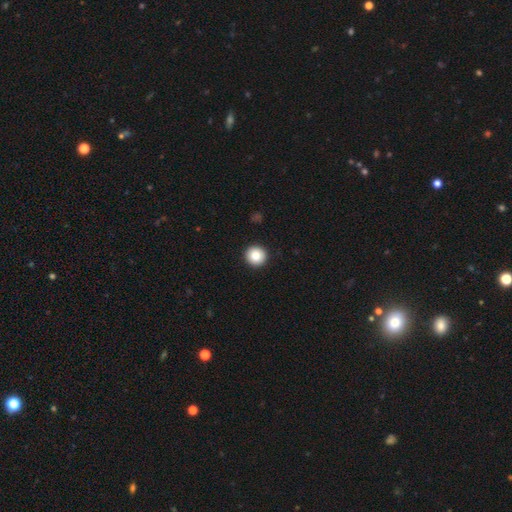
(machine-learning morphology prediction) type=smooth (86%); roundness=round (96%); merging=none (94%).